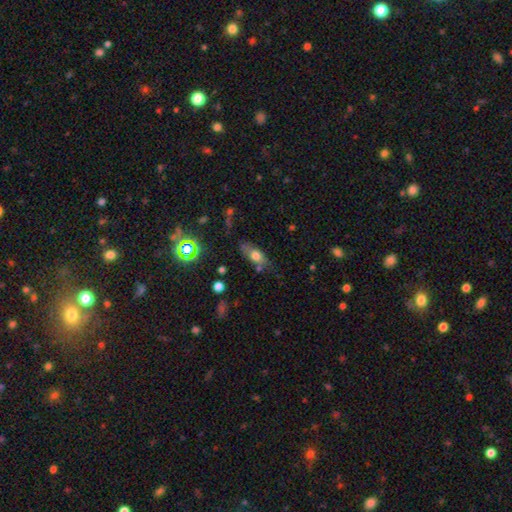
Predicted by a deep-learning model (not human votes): A smooth galaxy with no disk features (63%) that is in between round and cigar-shaped (73%). Merging: none (65%).